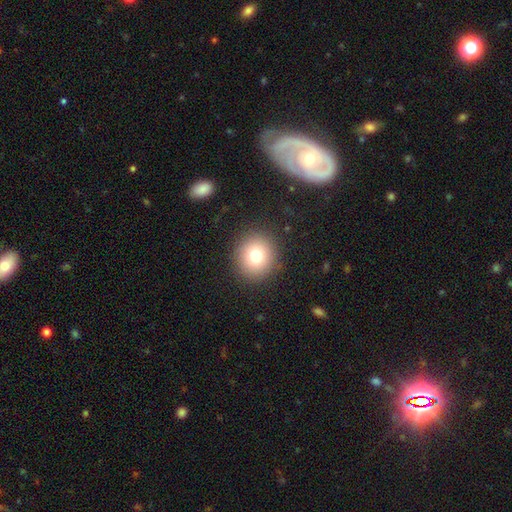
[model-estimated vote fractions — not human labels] Smooth or featured: smooth — 78% (star or artifact — 12%)
How rounded: round — 86% (in between — 13%)
Merging: none — 89% (minor disturbance — 7%)